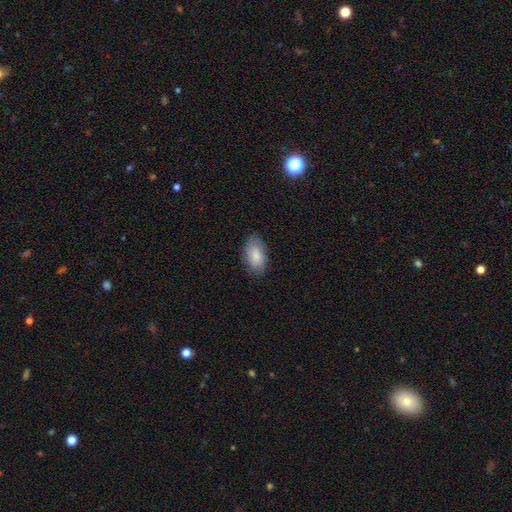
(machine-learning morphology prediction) A smooth galaxy with no disk features (84%) that is in between round and cigar-shaped (94%).

Vote fractions:
- Smooth or featured? smooth: 84% / featured or disk: 10% / star or artifact: 6%
- How rounded? in between: 94% / round: 3% / cigar-shaped: 3%
- Merging? none: 82% / minor disturbance: 14% / major disturbance: 3% / merger: 1%